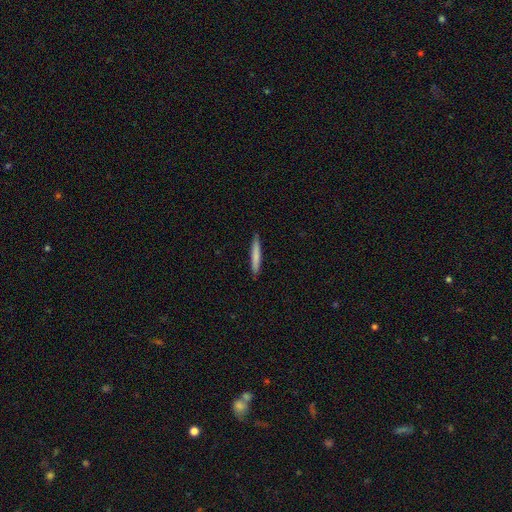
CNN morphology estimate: Overall: smooth (77%). How rounded: cigar-shaped (95%). Merging: none (90%).